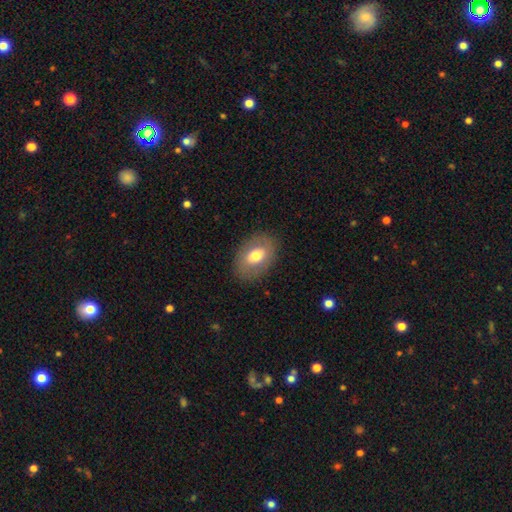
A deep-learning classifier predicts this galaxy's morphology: Overall: smooth (69%). How rounded: in between (82%). Merging: none (85%).